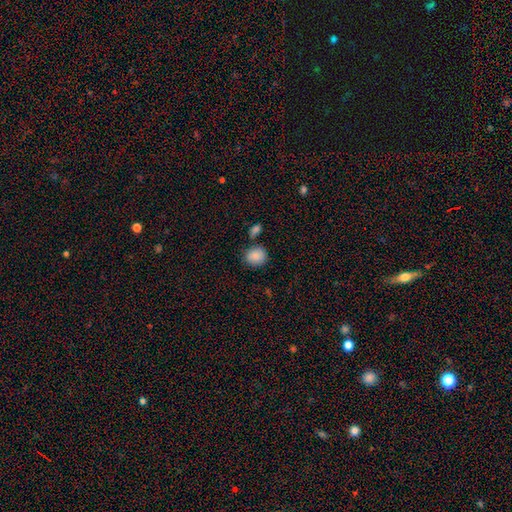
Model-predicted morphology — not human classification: A smooth galaxy with no disk features (87%) that is round (73%). Merging: none (71%).